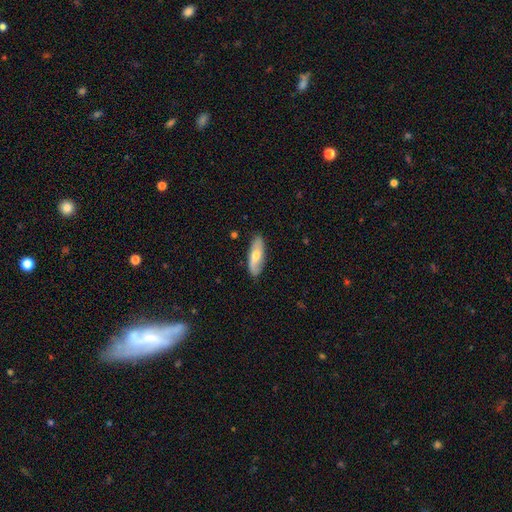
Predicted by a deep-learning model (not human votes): Smooth or featured: smooth — 51% (featured or disk — 44%)
How rounded: in between — 66% (cigar-shaped — 31%)
Merging: none — 83% (minor disturbance — 13%)